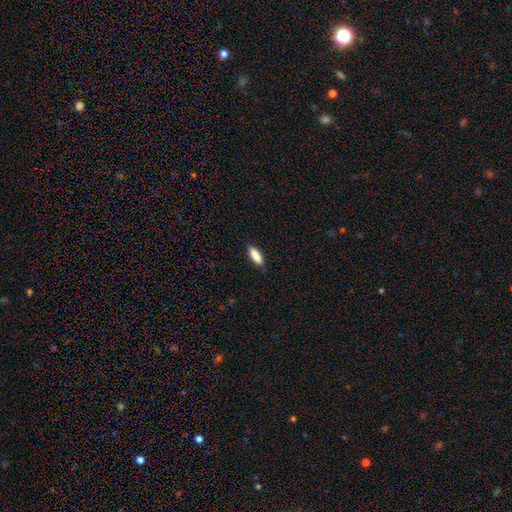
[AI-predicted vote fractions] smooth_or_featured: smooth (p=0.88) [alt: star or artifact p=0.06]
how_rounded: in between (p=0.57) [alt: cigar-shaped p=0.41]
merging: none (p=0.88) [alt: minor disturbance p=0.09]